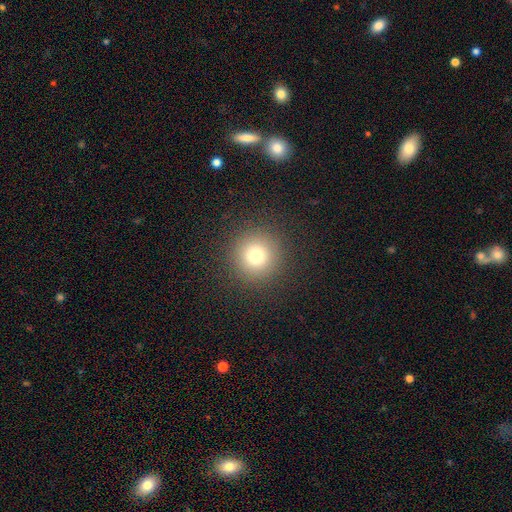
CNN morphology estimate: This is likely a smooth galaxy (75%). How rounded: clearly round (96%). Merging: clearly none (91%).